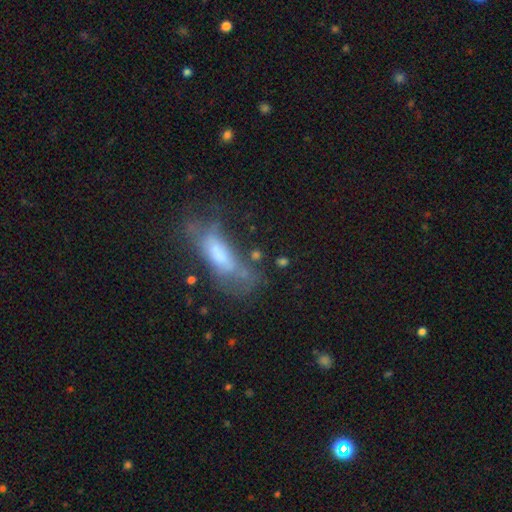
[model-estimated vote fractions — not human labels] smooth 55%, featured or disk 34%, star or artifact 11%. Down the decision tree: how rounded — in between (59%); merging — none (34%).